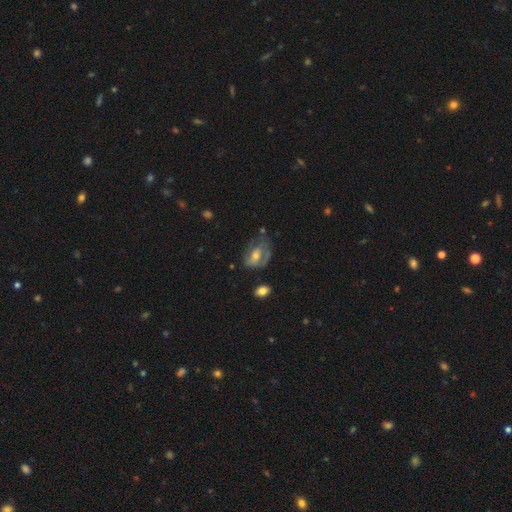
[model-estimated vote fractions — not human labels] Smooth or featured: featured or disk — 58% (smooth — 34%)
Edge-on disk: no — 95% (yes — 5%)
Bar: no — 52% (weak — 36%)
Spiral arms: yes — 61% (no — 39%)
Bulge size: moderate — 52% (small — 39%)
Merging: none — 42% (minor disturbance — 27%)